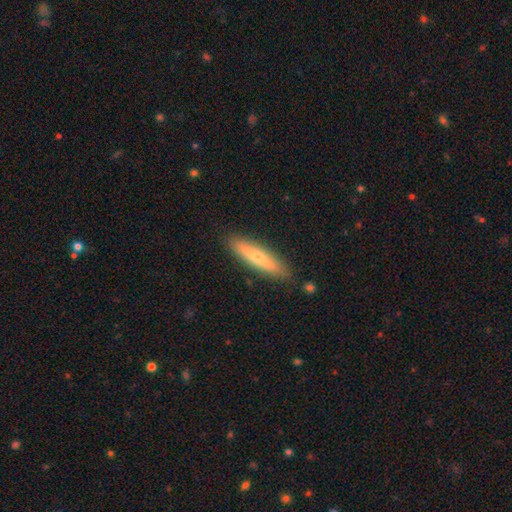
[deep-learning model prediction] Morphology: type=smooth (56%); roundness=cigar-shaped (81%); merging=none (87%).